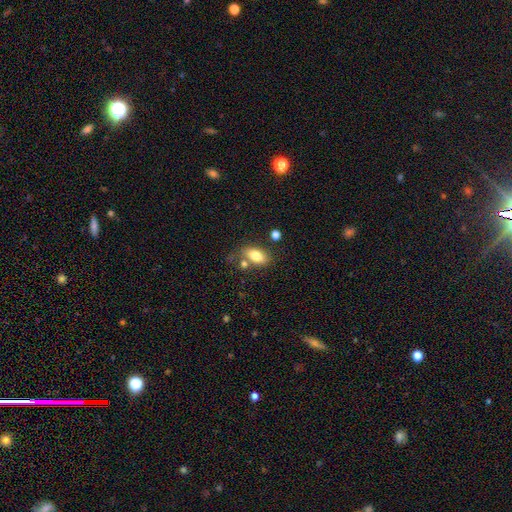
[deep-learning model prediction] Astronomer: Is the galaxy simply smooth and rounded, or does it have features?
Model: smooth — 79%.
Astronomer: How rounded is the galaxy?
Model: in between — 87%.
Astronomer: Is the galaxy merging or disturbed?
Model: none — 61%.